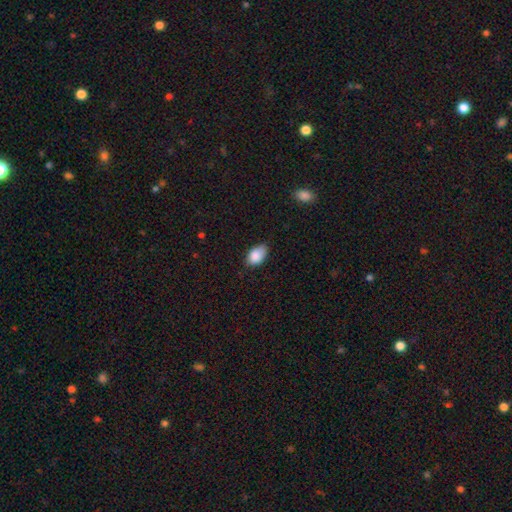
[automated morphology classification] smooth-or-featured: smooth: 86% | star or artifact: 8% | featured or disk: 6%
  how-rounded: in between: 90% | round: 9% | cigar-shaped: 2%
  merging: none: 64% | minor disturbance: 31% | major disturbance: 4% | merger: 1%